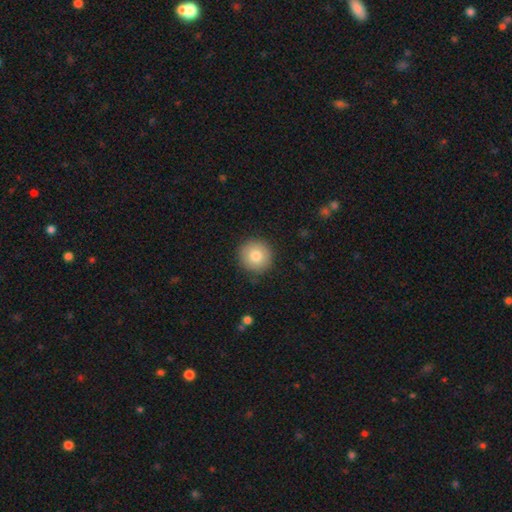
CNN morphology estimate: smooth-or-featured: smooth: 81% | featured or disk: 11% | star or artifact: 9%
  how-rounded: round: 95% | in between: 4% | cigar-shaped: 1%
  merging: none: 89% | minor disturbance: 8% | major disturbance: 2% | merger: 1%